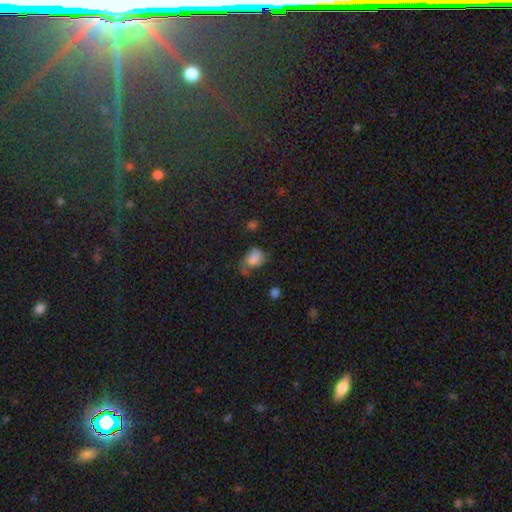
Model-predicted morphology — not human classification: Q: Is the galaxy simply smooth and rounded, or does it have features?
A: smooth — 72%.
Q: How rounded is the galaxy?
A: in between — 75%.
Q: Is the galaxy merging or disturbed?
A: none — 34%.